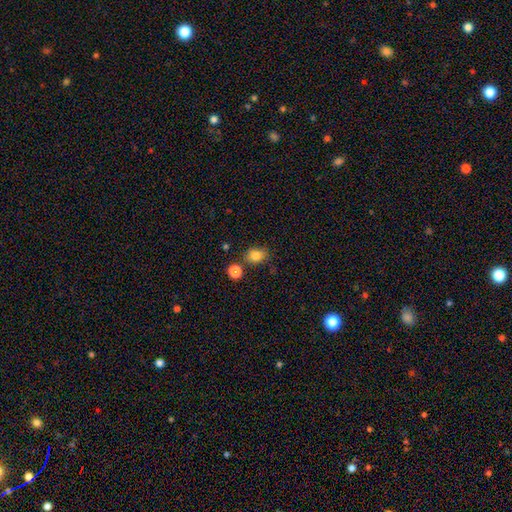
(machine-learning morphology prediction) The model was most divided on "how rounded": in between: 56%, round: 43%, cigar-shaped: 1%. More confident: smooth or featured — smooth (82%); merging — none (74%).